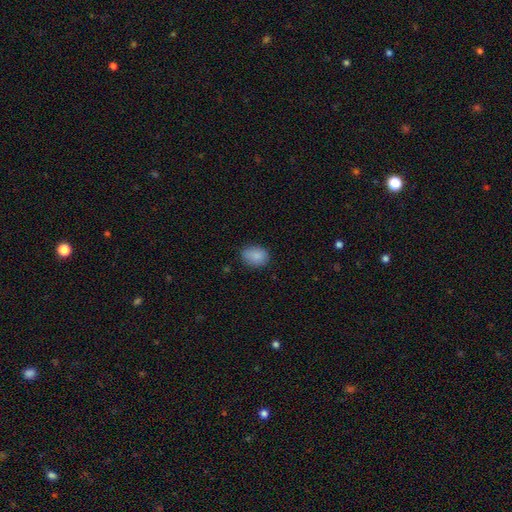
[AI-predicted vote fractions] Q: Smooth or featured?
A: smooth (87%); runner-up: star or artifact (9%)
Q: How rounded?
A: in between (66%); runner-up: round (33%)
Q: Merging?
A: none (77%); runner-up: minor disturbance (18%)